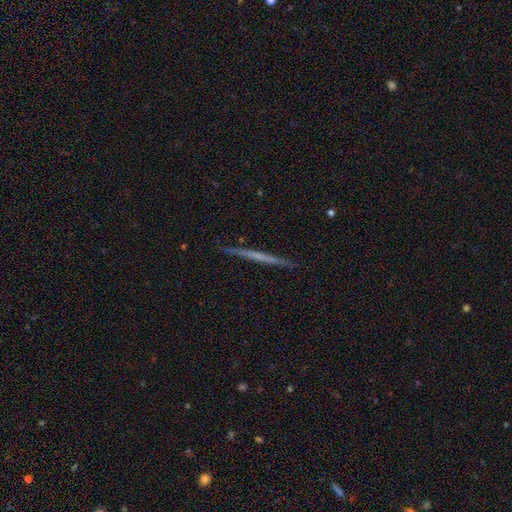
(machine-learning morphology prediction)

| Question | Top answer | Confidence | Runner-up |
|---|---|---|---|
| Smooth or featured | featured or disk | 59% | smooth (34%) |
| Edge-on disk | yes | 98% | no (2%) |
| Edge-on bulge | none | 85% | rounded (11%) |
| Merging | none | 92% | minor disturbance (6%) |